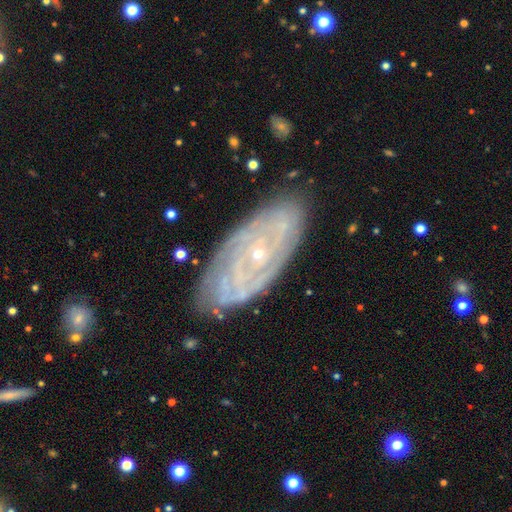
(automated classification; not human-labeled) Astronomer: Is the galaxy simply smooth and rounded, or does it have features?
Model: featured or disk — 85%.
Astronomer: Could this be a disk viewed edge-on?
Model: no — 92%.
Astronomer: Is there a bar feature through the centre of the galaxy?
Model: no — 73%.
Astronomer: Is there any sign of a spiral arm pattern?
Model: yes — 95%.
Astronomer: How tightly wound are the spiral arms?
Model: tight — 81%.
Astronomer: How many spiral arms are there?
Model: can't tell — 37% (runner-up: 2, 17%).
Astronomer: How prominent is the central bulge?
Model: small — 81%.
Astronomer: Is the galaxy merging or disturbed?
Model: none — 80%.